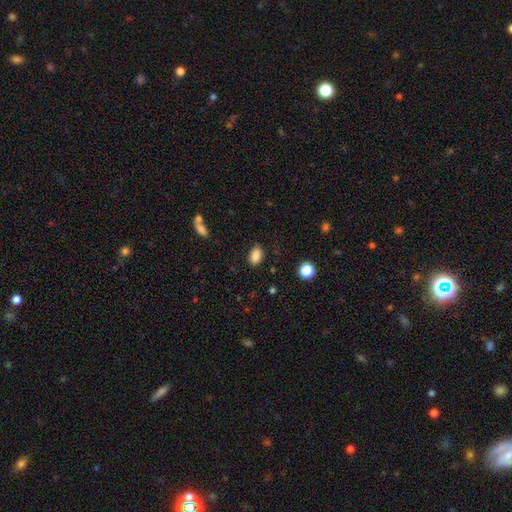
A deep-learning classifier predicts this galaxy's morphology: Q: Smooth or featured?
A: smooth (86%); runner-up: star or artifact (9%)
Q: How rounded?
A: in between (86%); runner-up: round (13%)
Q: Merging?
A: none (82%); runner-up: minor disturbance (13%)